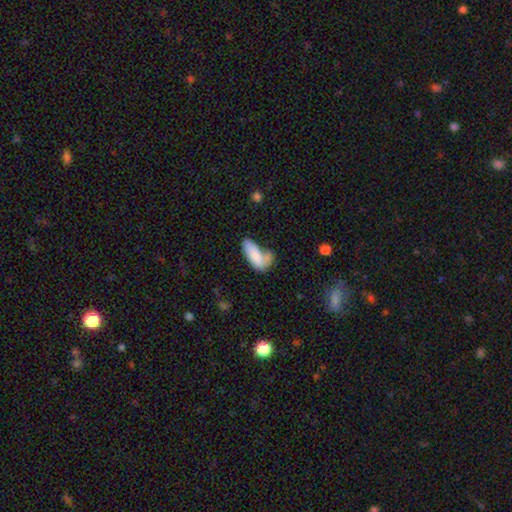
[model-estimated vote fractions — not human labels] smooth_or_featured: smooth (p=0.78) [alt: featured or disk p=0.15]
how_rounded: in between (p=0.79) [alt: cigar-shaped p=0.19]
merging: none (p=0.31) [alt: merger p=0.29]